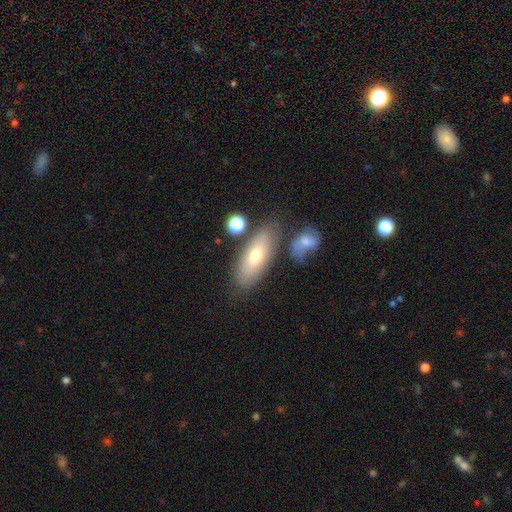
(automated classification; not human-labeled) smooth-or-featured: smooth: 61% | featured or disk: 32% | star or artifact: 8%
  how-rounded: in between: 77% | cigar-shaped: 19% | round: 4%
  merging: none: 72% | minor disturbance: 14% | merger: 10% | major disturbance: 4%